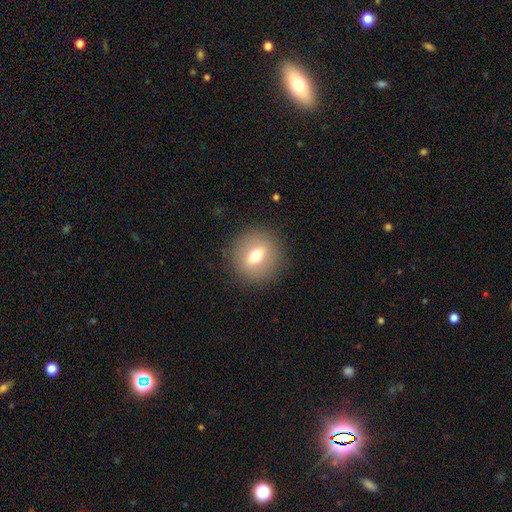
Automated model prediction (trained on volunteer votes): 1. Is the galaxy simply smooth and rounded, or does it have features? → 57% smooth, 32% featured or disk, 10% star or artifact.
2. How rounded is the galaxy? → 85% round, 13% in between, 1% cigar-shaped.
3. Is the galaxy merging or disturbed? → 88% none, 7% minor disturbance, 3% major disturbance, 1% merger.